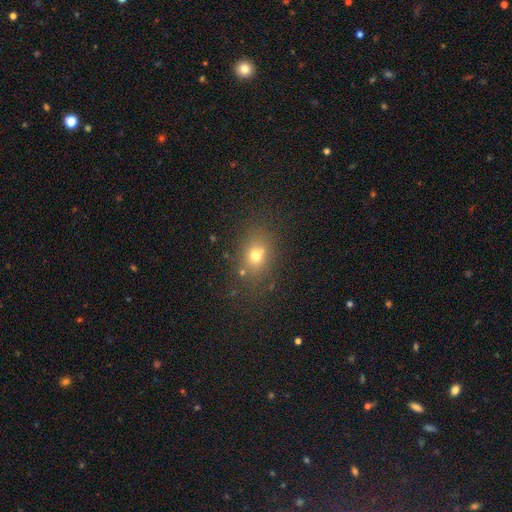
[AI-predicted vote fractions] Smooth or featured: smooth — 68% (star or artifact — 18%)
How rounded: in between — 53% (round — 46%)
Merging: none — 72% (minor disturbance — 13%)